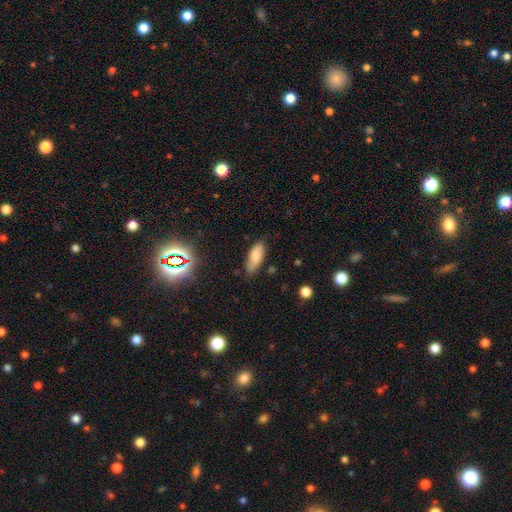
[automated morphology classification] This is likely a smooth galaxy (79%). How rounded: likely in between (77%). Merging: likely none (74%).